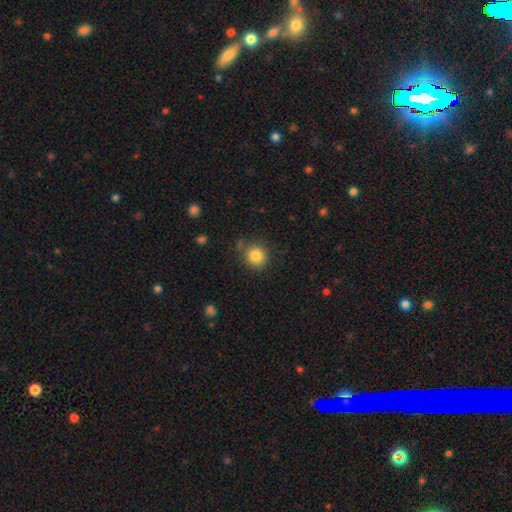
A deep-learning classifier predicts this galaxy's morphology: A smooth galaxy with no disk features (84%) that is round (88%). Merging: none (81%).